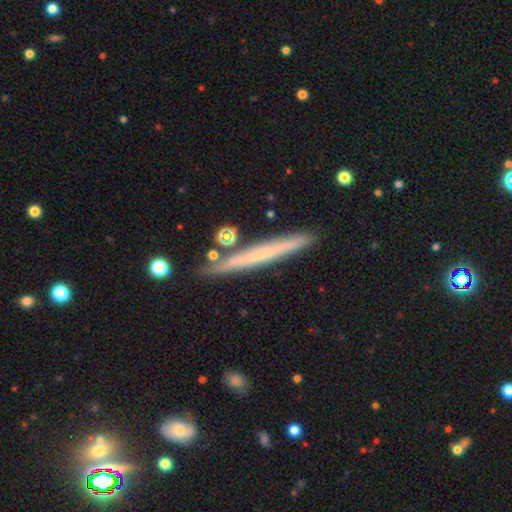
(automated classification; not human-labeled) This appears to be a featured or disk galaxy (50%). Merging: none (88%).